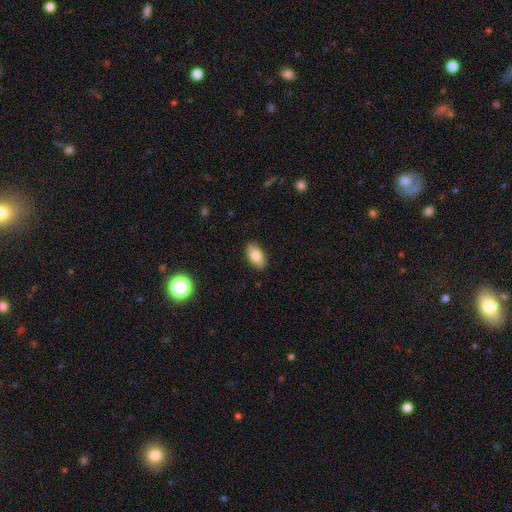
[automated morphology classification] A smooth galaxy with no disk features (81%) that is in between round and cigar-shaped (91%). Merging: none (88%).